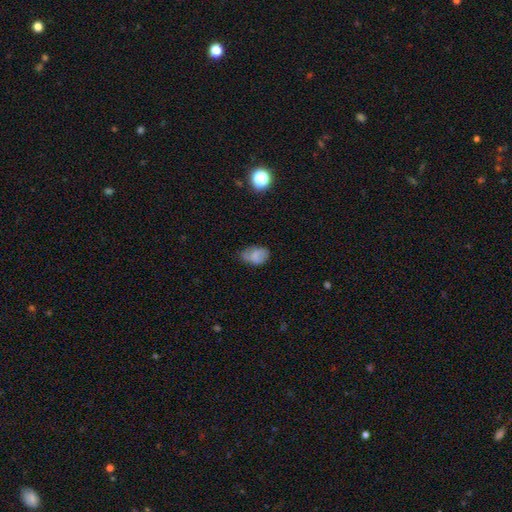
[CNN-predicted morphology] The model was most divided on "merging": none: 51%, minor disturbance: 36%, major disturbance: 11%, merger: 2%. More confident: how rounded — in between (83%); smooth or featured — smooth (71%).